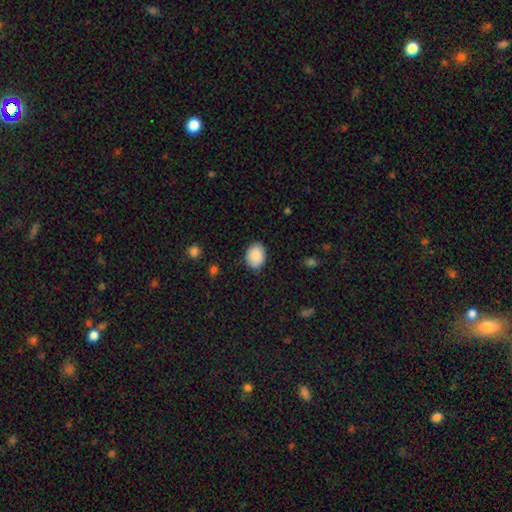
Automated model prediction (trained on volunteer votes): Smooth or featured? smooth (89%)
How rounded? in between (70%)
Merging? none (84%)